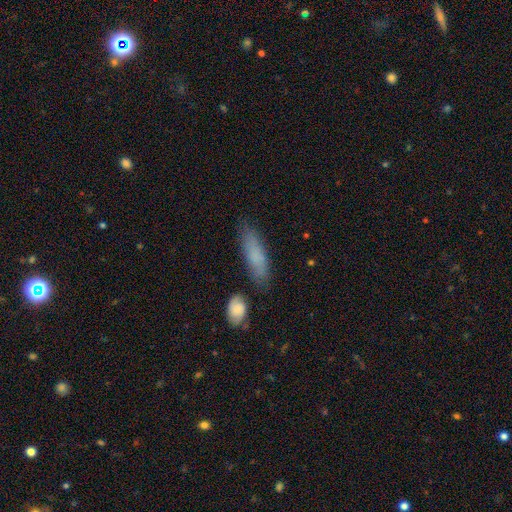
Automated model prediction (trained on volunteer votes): Smooth or featured? Predicted: smooth (p=0.78). How rounded? Predicted: cigar-shaped (p=0.57). Merging? Predicted: none (p=0.73).